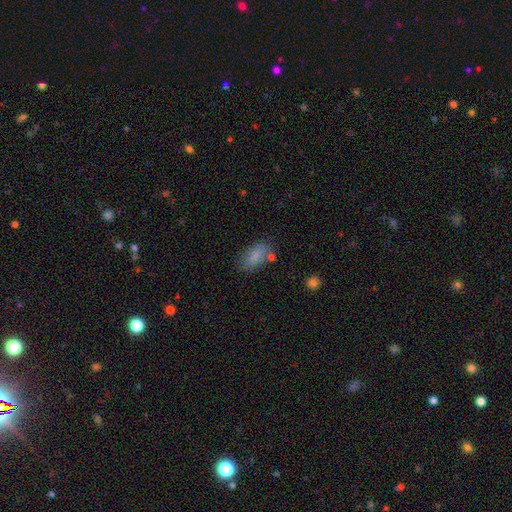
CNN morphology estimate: This appears to be a smooth galaxy with no disk features (83%) that is in between round and cigar-shaped (90%). Merging: none (72%).